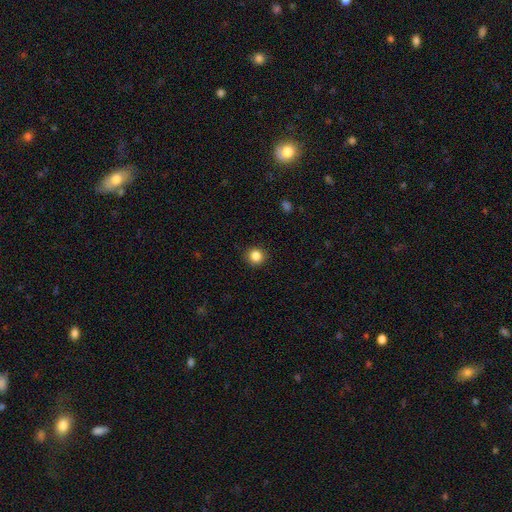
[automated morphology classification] This is clearly a smooth galaxy (85%). How rounded: clearly round (91%). Merging: clearly none (91%).